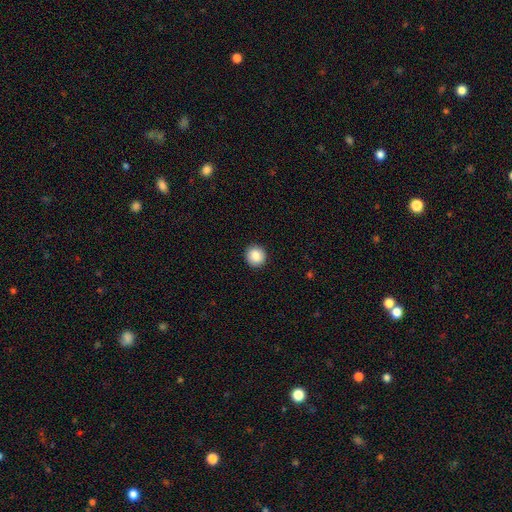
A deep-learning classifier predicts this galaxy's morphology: The model was most divided on "smooth or featured": smooth: 86%, star or artifact: 8%, featured or disk: 5%. More confident: merging — none (92%); how rounded — round (92%).